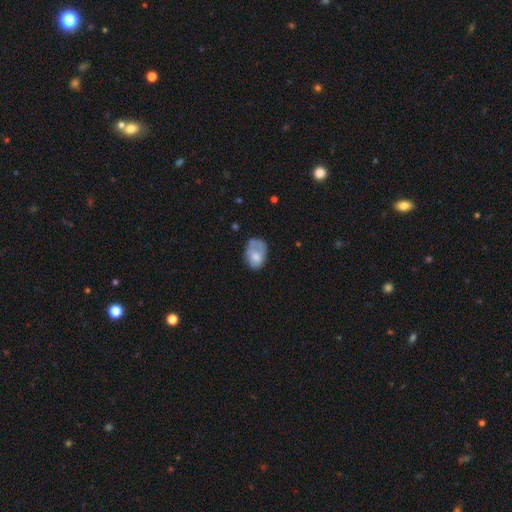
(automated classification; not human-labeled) smooth 64%, featured or disk 28%, star or artifact 8%. Down the decision tree: how rounded — in between (79%); merging — none (39%).